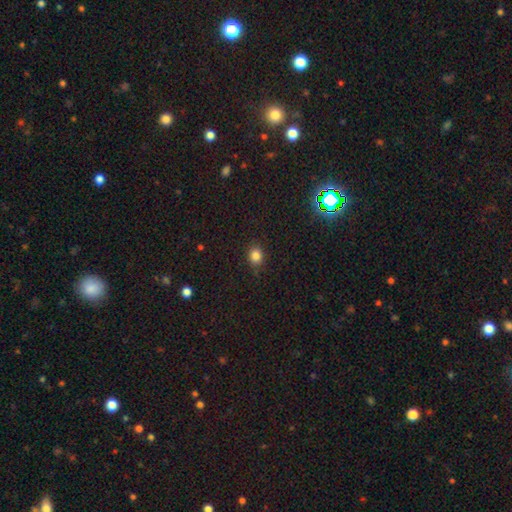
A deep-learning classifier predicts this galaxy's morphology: Q: Smooth or featured?
A: smooth (83%); runner-up: star or artifact (12%)
Q: How rounded?
A: round (62%); runner-up: in between (37%)
Q: Merging?
A: none (85%); runner-up: minor disturbance (11%)